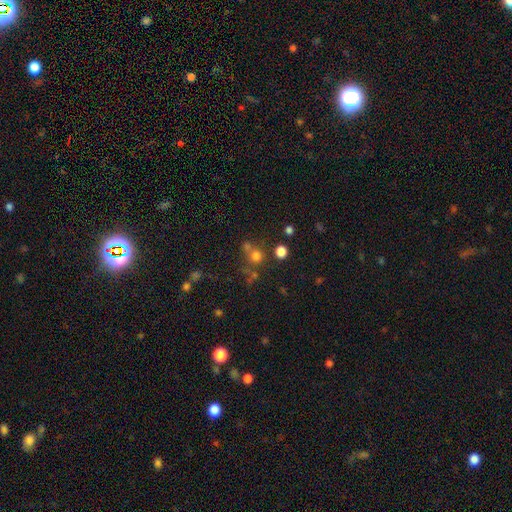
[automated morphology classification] A smooth galaxy with no disk features (54%) that is round (88%).

Vote fractions:
- Smooth or featured? smooth: 54% / star or artifact: 34% / featured or disk: 12%
- How rounded? round: 88% / in between: 11% / cigar-shaped: 1%
- Merging? none: 59% / merger: 25% / minor disturbance: 10% / major disturbance: 6%